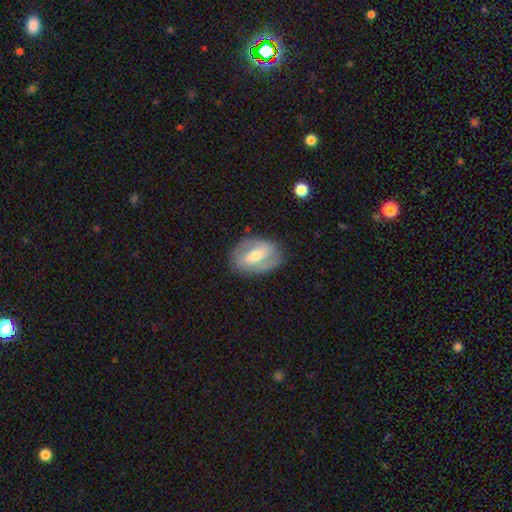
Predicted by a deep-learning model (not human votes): Smooth or featured? featured or disk (68%)
Edge-on disk? no (93%)
Bar? strong (49%)
Spiral arms? yes (63%)
Bulge size? moderate (64%)
Merging? none (80%)